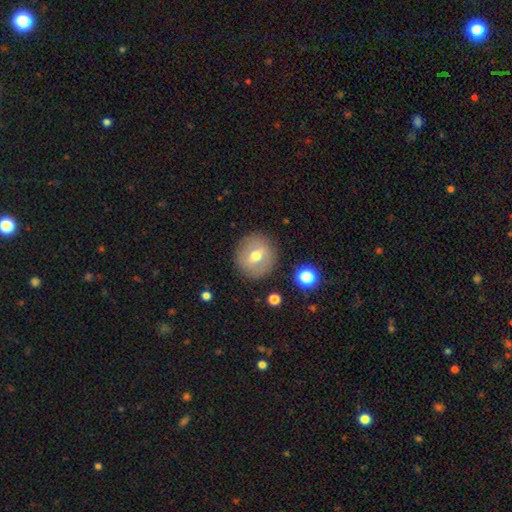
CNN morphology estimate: type=smooth (51%); roundness=round (88%); merging=none (87%).